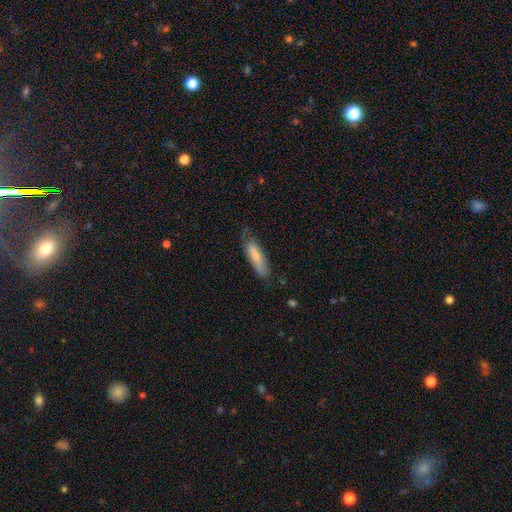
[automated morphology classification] The model was most divided on "how rounded": cigar-shaped: 57%, in between: 42%, round: 2%. More confident: smooth or featured — smooth (71%); merging — none (61%).